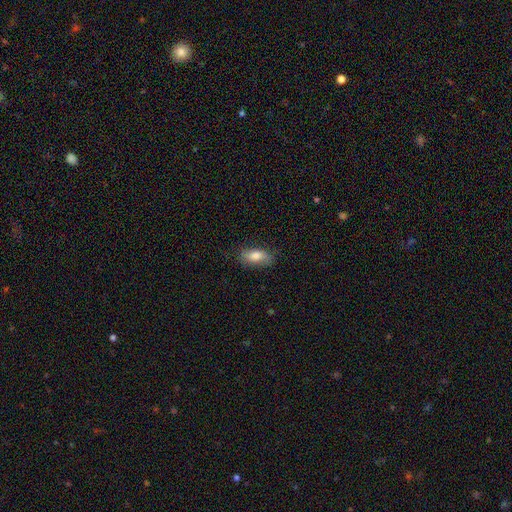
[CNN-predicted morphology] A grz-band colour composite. It shows a smooth galaxy with no disk features (79%) that is in between round and cigar-shaped (89%). Merging: none (79%).